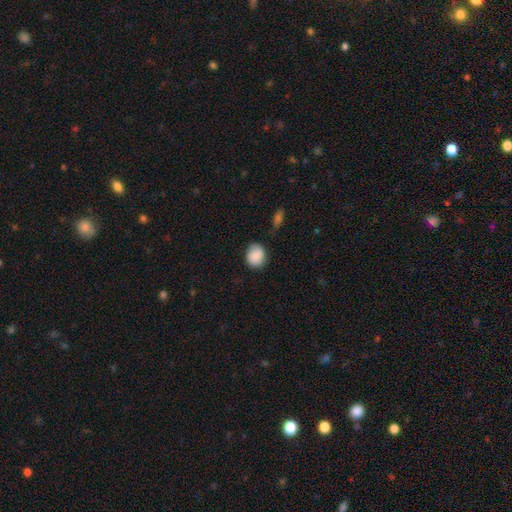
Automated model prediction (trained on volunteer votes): Smooth or featured: smooth — 86% (star or artifact — 8%)
How rounded: round — 66% (in between — 33%)
Merging: none — 72% (minor disturbance — 21%)